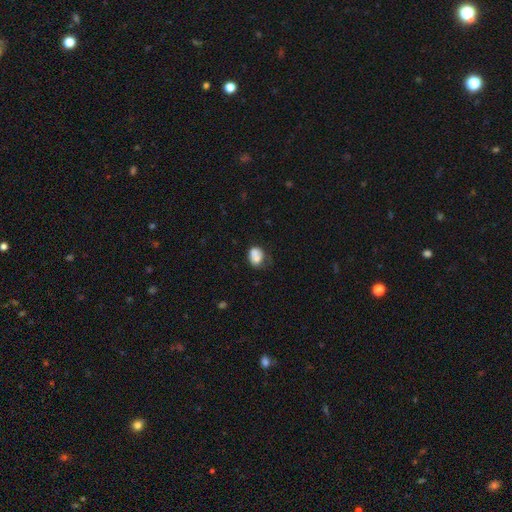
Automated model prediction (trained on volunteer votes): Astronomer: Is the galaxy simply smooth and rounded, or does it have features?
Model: smooth — 74%.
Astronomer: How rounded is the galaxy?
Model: in between — 56% (runner-up: round, 43%).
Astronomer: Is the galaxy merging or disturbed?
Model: none — 38% (runner-up: minor disturbance, 25%).